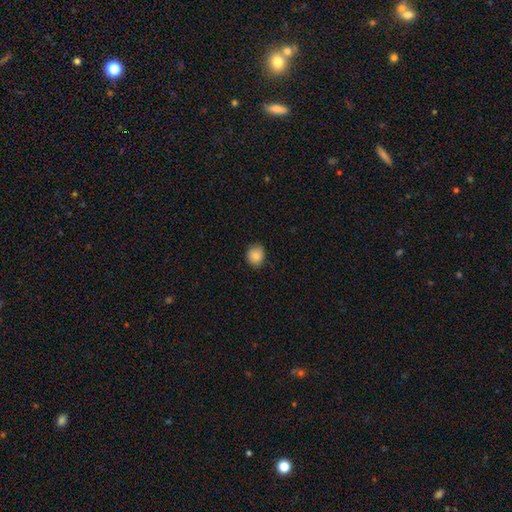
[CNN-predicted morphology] Smooth or featured: smooth — 86% (star or artifact — 9%)
How rounded: round — 74% (in between — 25%)
Merging: none — 81% (minor disturbance — 15%)